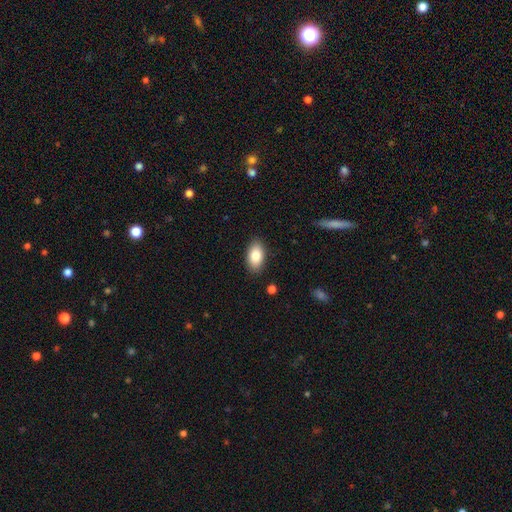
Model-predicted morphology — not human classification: A smooth galaxy with no disk features (83%) that is in between round and cigar-shaped (93%). Merging: none (88%).